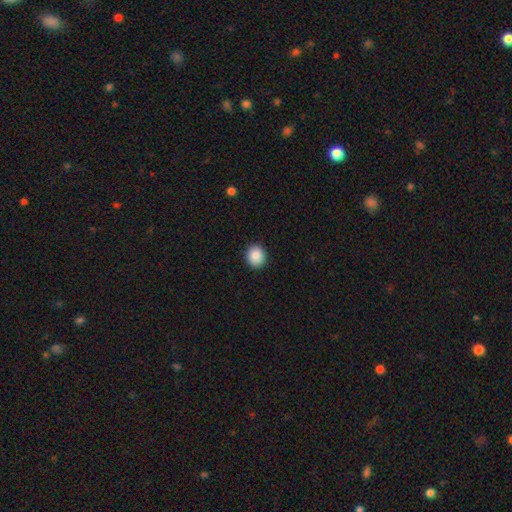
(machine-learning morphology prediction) Overall: smooth (89%). How rounded: round (83%). Merging: none (92%).